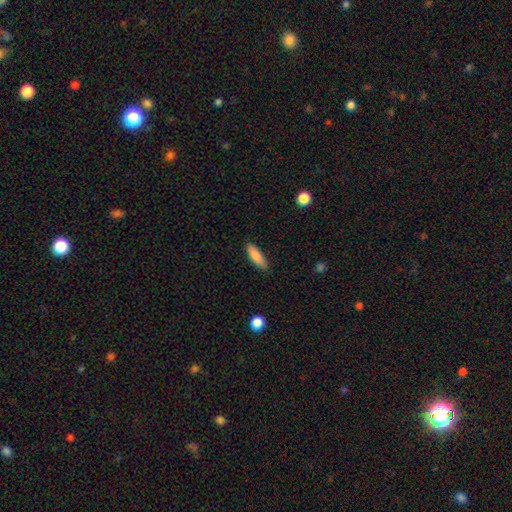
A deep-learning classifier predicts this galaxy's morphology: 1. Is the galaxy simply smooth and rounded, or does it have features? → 85% smooth, 9% featured or disk, 6% star or artifact.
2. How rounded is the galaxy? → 55% cigar-shaped, 44% in between, 2% round.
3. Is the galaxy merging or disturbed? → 84% none, 12% minor disturbance, 2% major disturbance, 1% merger.